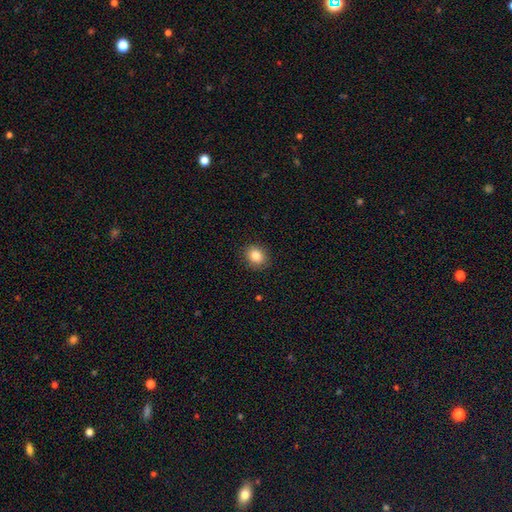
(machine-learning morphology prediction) Smooth or featured? Predicted: smooth (p=0.85). How rounded? Predicted: round (p=0.62). Merging? Predicted: none (p=0.89).